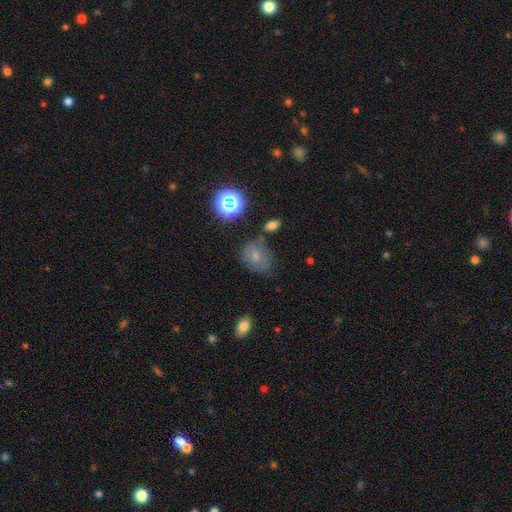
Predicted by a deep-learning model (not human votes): smooth_or_featured: smooth (p=0.64) [alt: star or artifact p=0.18]
how_rounded: in between (p=0.56) [alt: round p=0.43]
merging: none (p=0.54) [alt: minor disturbance p=0.27]